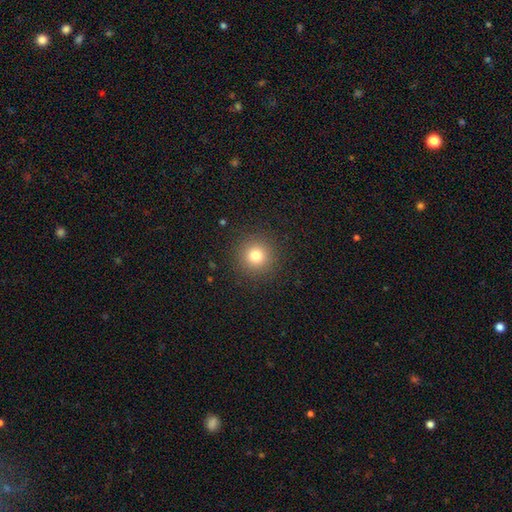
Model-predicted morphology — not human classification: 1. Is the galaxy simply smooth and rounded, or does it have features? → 78% smooth, 14% star or artifact, 8% featured or disk.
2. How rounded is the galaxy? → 95% round, 4% in between, 1% cigar-shaped.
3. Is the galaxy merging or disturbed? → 91% none, 6% minor disturbance, 3% major disturbance, 1% merger.